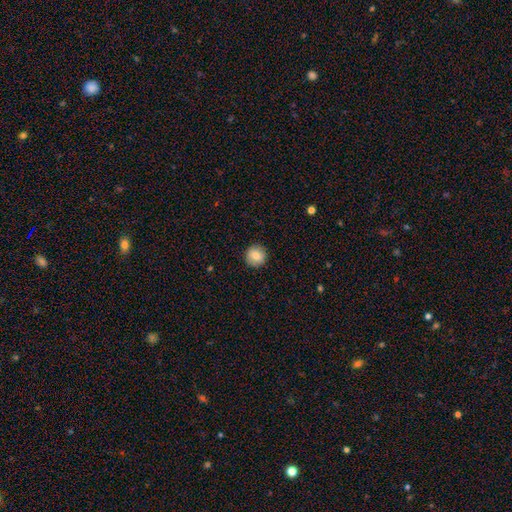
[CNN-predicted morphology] smooth-or-featured: smooth: 83% | featured or disk: 9% | star or artifact: 8%
  how-rounded: round: 94% | in between: 6% | cigar-shaped: 1%
  merging: none: 90% | minor disturbance: 7% | major disturbance: 2% | merger: 1%